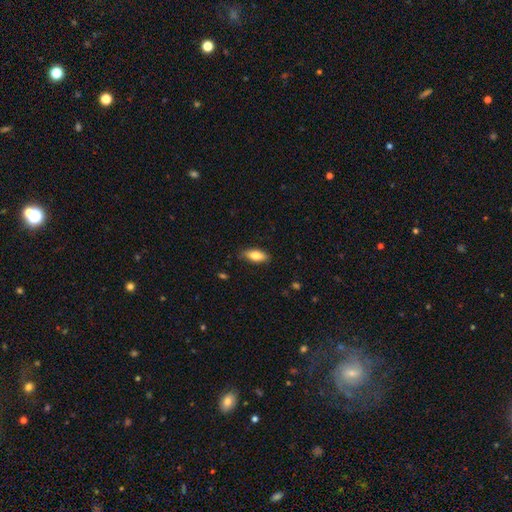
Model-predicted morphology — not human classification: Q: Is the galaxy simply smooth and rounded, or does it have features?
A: smooth — 74%.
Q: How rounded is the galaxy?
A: in between — 82%.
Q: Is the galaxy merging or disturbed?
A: none — 82%.